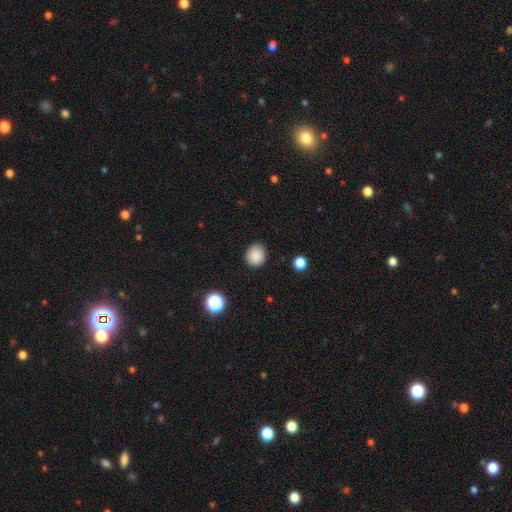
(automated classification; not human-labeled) Smooth or featured: smooth — 86% (star or artifact — 10%)
How rounded: round — 78% (in between — 21%)
Merging: none — 86% (minor disturbance — 10%)